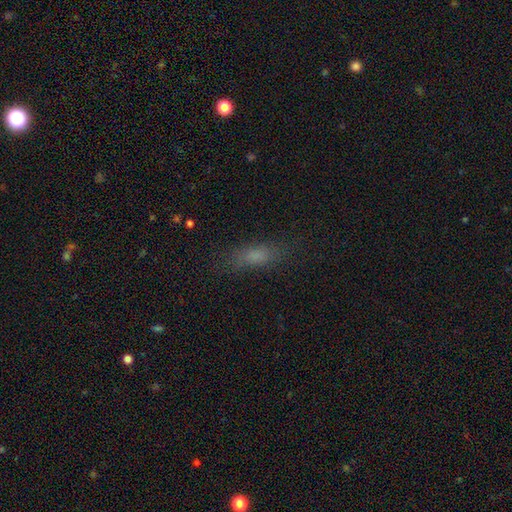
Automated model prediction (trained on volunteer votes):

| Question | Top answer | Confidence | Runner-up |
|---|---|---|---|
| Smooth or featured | smooth | 70% | featured or disk (15%) |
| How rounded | in between | 52% | cigar-shaped (44%) |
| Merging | none | 77% | minor disturbance (15%) |